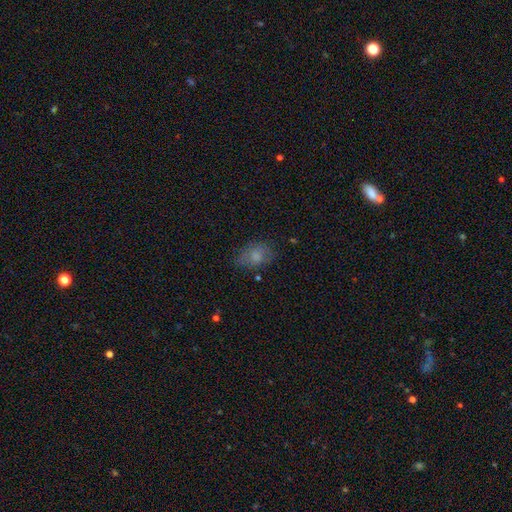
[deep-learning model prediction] This appears to be a smooth galaxy with no disk features (71%) that is in between round and cigar-shaped (77%). Merging: none (64%).